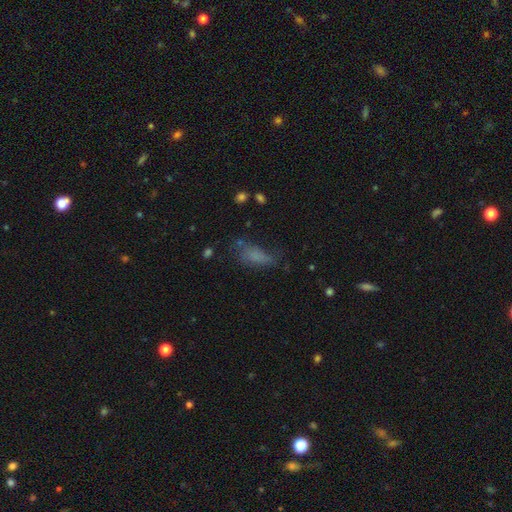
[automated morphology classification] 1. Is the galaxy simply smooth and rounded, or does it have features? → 68% smooth, 17% featured or disk, 15% star or artifact.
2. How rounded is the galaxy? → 74% in between, 22% cigar-shaped, 4% round.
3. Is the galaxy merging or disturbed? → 43% none, 28% minor disturbance, 24% major disturbance, 4% merger.